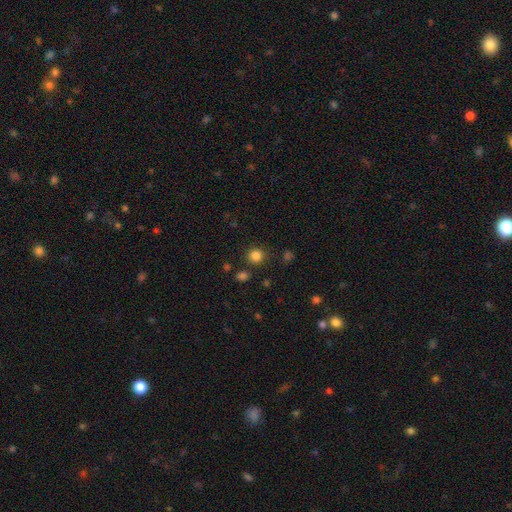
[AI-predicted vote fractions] A smooth galaxy with no disk features (83%) that is round (91%).

Vote fractions:
- Smooth or featured? smooth: 83% / star or artifact: 13% / featured or disk: 4%
- How rounded? round: 91% / in between: 8% / cigar-shaped: 1%
- Merging? none: 85% / minor disturbance: 8% / merger: 4% / major disturbance: 3%